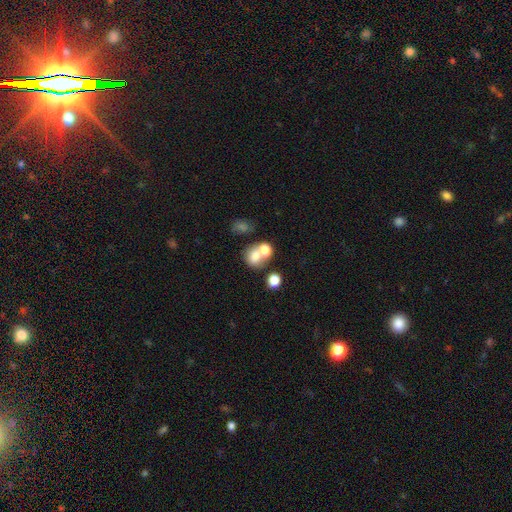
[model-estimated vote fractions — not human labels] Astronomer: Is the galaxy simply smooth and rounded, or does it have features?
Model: smooth — 72%.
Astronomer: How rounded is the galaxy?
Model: round — 60% (runner-up: in between, 39%).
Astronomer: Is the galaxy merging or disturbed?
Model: merger — 54% (runner-up: none, 33%).